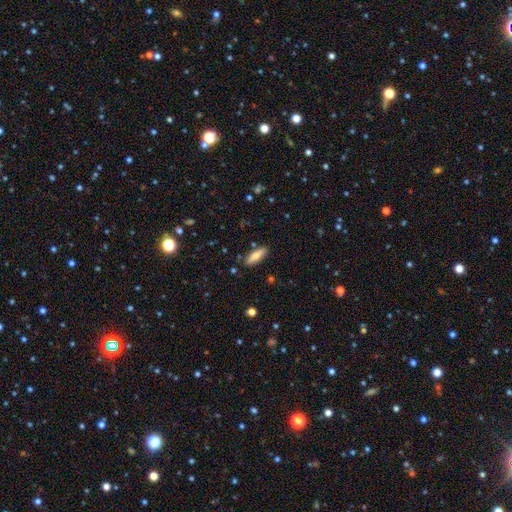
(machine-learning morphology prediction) Overall: smooth (73%). How rounded: in between (55%; cigar-shaped 43%). Merging: none (86%).